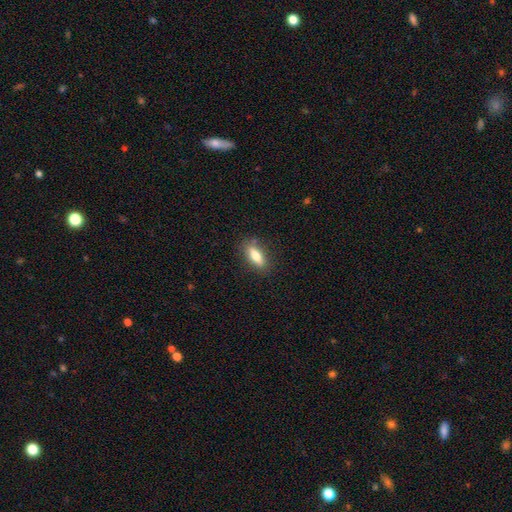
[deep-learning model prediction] A smooth galaxy with no disk features (73%) that is in between round and cigar-shaped (65%).

Vote fractions:
- Smooth or featured? smooth: 73% / featured or disk: 20% / star or artifact: 7%
- How rounded? in between: 65% / cigar-shaped: 32% / round: 3%
- Merging? none: 83% / minor disturbance: 12% / major disturbance: 3% / merger: 2%